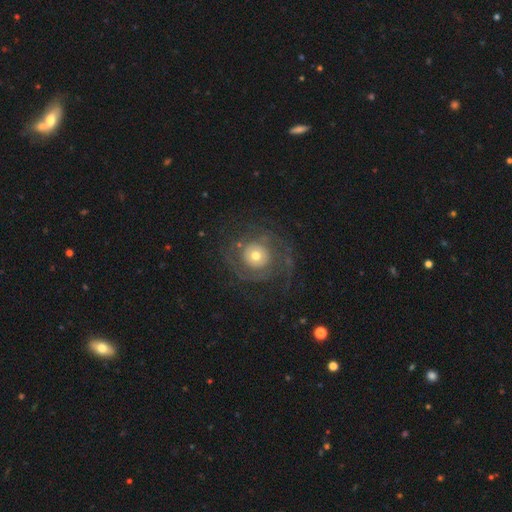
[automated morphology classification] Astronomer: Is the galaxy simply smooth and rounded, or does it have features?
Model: featured or disk — 69%.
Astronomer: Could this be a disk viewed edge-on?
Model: no — 97%.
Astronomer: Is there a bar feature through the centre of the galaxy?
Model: no — 85%.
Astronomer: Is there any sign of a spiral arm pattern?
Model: yes — 75%.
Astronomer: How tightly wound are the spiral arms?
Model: tight — 56%.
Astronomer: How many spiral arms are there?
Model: can't tell — 38% (runner-up: 2, 27%).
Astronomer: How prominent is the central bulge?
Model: moderate — 60%.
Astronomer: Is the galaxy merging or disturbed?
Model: none — 65%.